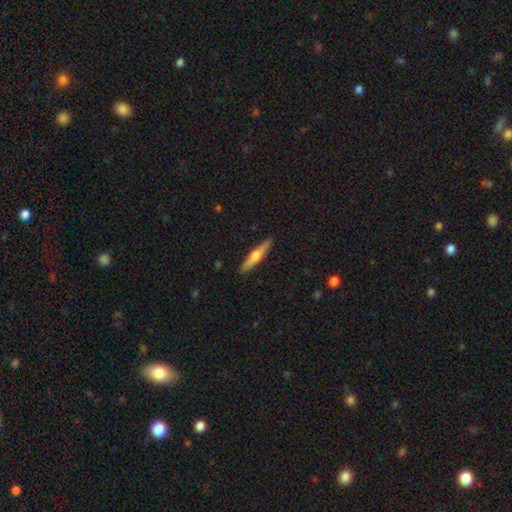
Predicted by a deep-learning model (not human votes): smooth_or_featured: featured or disk (p=0.58) [alt: smooth p=0.37]
disk_edge_on: yes (p=0.96) [alt: no p=0.04]
edge_on_bulge: rounded (p=0.92) [alt: none p=0.04]
merging: none (p=0.91) [alt: minor disturbance p=0.07]